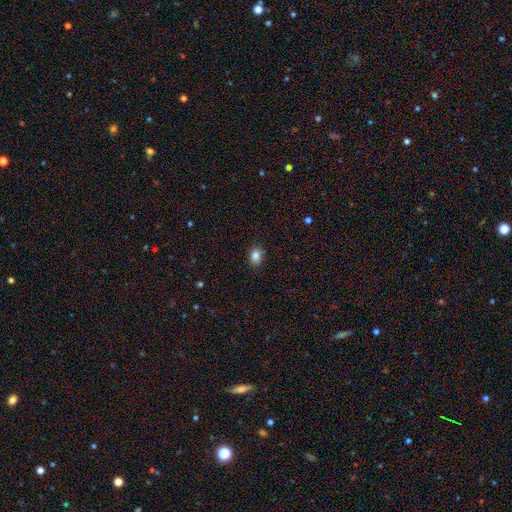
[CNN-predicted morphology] smooth 84%, star or artifact 10%, featured or disk 6%. Down the decision tree: how rounded — in between (65%); merging — none (85%).